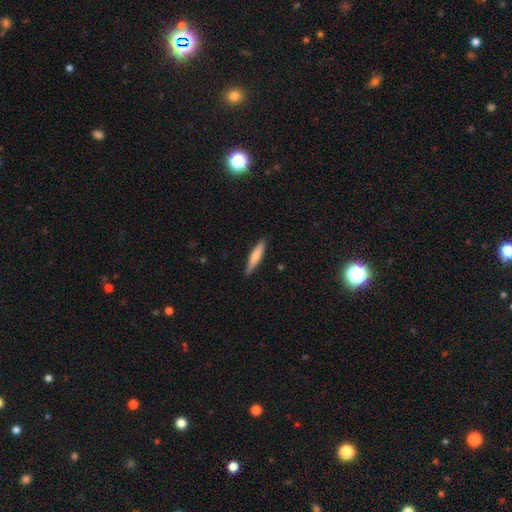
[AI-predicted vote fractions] A smooth galaxy with no disk features (70%) that is cigar-shaped (88%). Merging: none (89%).